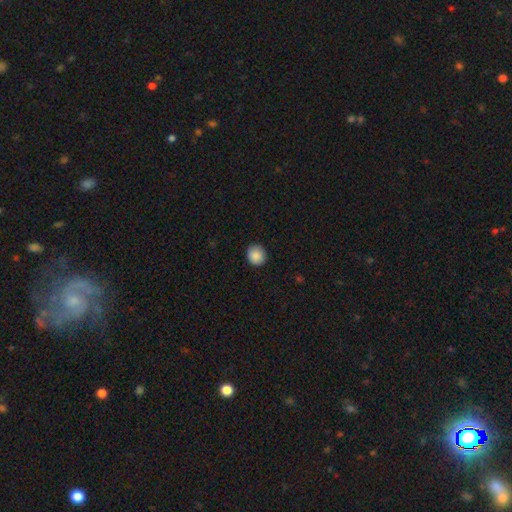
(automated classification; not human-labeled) This is clearly a smooth galaxy (88%). How rounded: clearly round (86%). Merging: clearly none (90%).